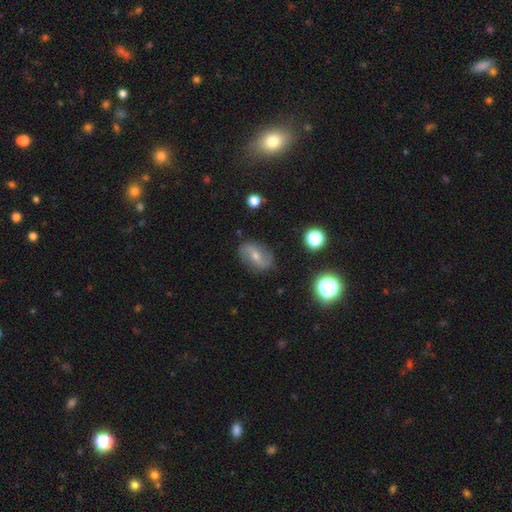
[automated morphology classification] This is possibly a featured or disk galaxy (56%). It is clearly not viewed edge-on (93%). Bar: marginally weak (39%). Spiral arm pattern: likely yes (73%). Central bulge: possibly small (51%). Merging: clearly none (82%).